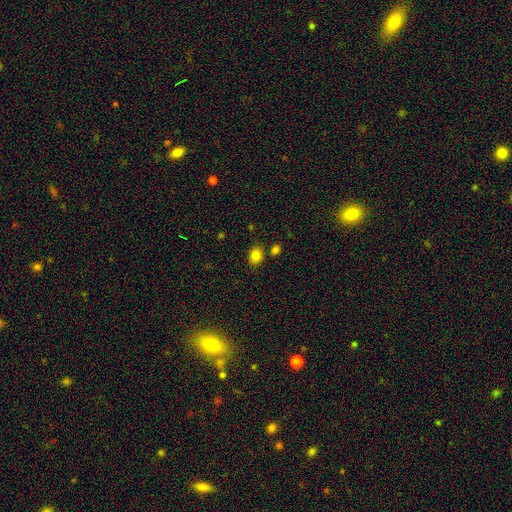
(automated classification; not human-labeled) The model was most divided on "how rounded": in between: 59%, round: 40%, cigar-shaped: 1%. More confident: smooth or featured — smooth (83%); merging — none (79%).